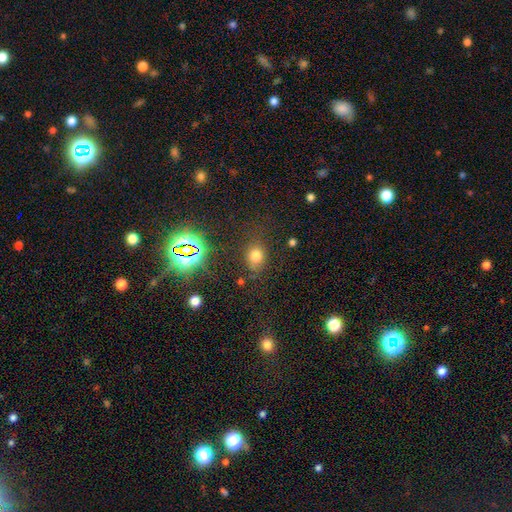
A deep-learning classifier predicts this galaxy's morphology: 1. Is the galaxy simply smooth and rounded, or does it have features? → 69% smooth, 22% star or artifact, 9% featured or disk.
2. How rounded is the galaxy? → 52% in between, 47% round, 2% cigar-shaped.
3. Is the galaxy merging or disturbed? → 75% none, 15% minor disturbance, 7% major disturbance, 3% merger.